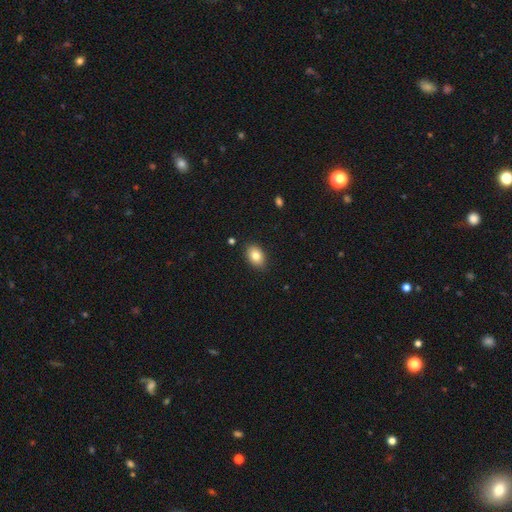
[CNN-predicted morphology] The model was most divided on "how rounded": in between: 81%, round: 18%, cigar-shaped: 1%. More confident: merging — none (86%); smooth or featured — smooth (82%).